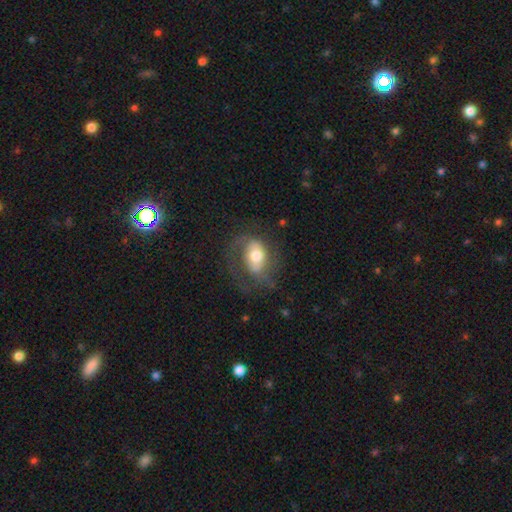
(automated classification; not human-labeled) Smooth or featured? smooth (47%)
Merging? none (47%)